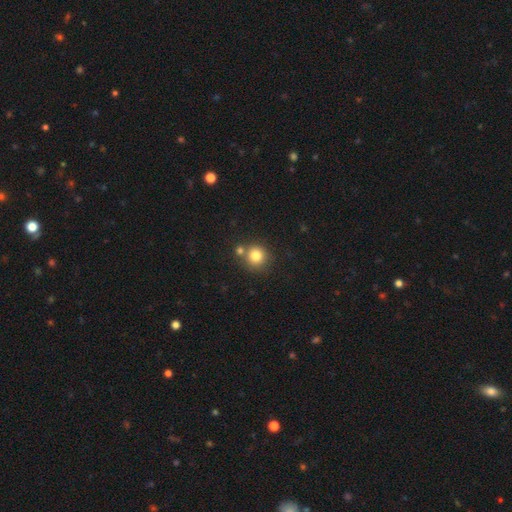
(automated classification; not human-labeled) Smooth or featured? Predicted: smooth (p=0.80). How rounded? Predicted: round (p=0.92). Merging? Predicted: none (p=0.69).